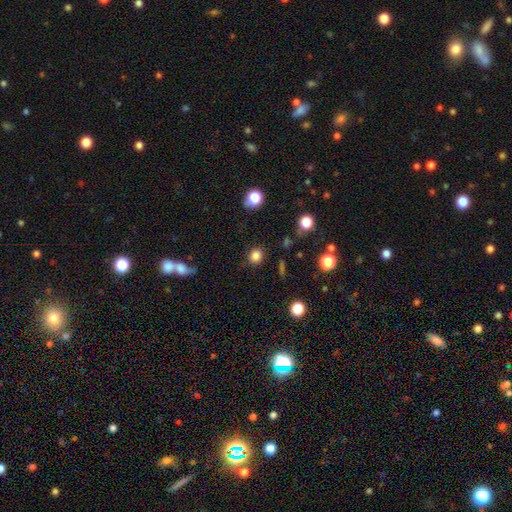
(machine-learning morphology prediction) A smooth galaxy with no disk features (83%) that is round (81%). Merging: none (87%).